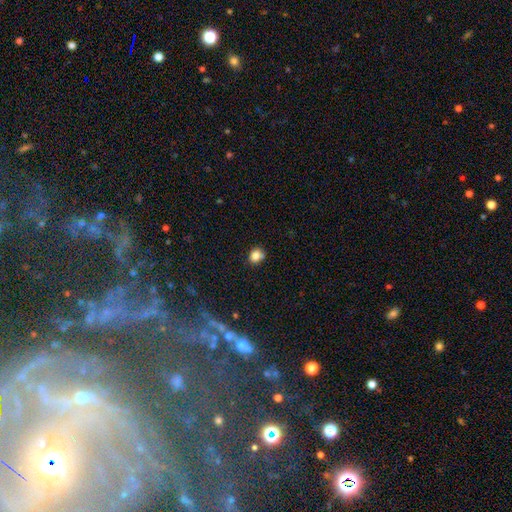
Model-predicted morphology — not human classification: A smooth galaxy with no disk features (81%) that is round (66%).

Vote fractions:
- Smooth or featured? smooth: 81% / star or artifact: 12% / featured or disk: 7%
- How rounded? round: 66% / in between: 33% / cigar-shaped: 1%
- Merging? none: 67% / minor disturbance: 18% / merger: 11% / major disturbance: 4%